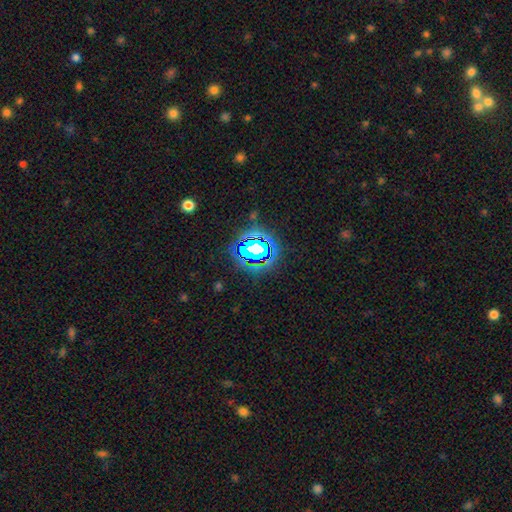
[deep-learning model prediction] star or artifact 78%, smooth 14%, featured or disk 8%.